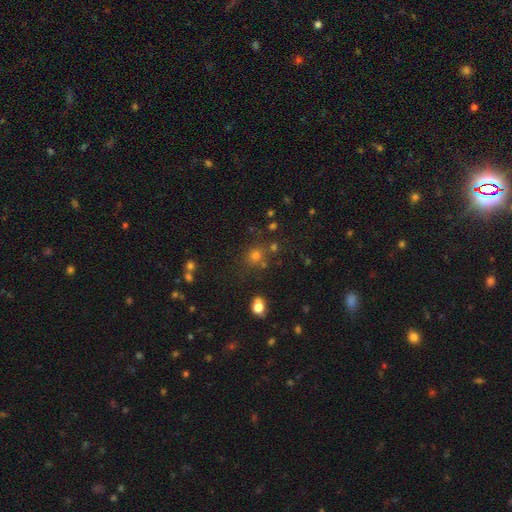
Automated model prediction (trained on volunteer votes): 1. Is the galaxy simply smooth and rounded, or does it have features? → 65% smooth, 27% star or artifact, 8% featured or disk.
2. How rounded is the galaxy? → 85% round, 14% in between, 1% cigar-shaped.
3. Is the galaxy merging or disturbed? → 74% none, 12% merger, 10% minor disturbance, 4% major disturbance.